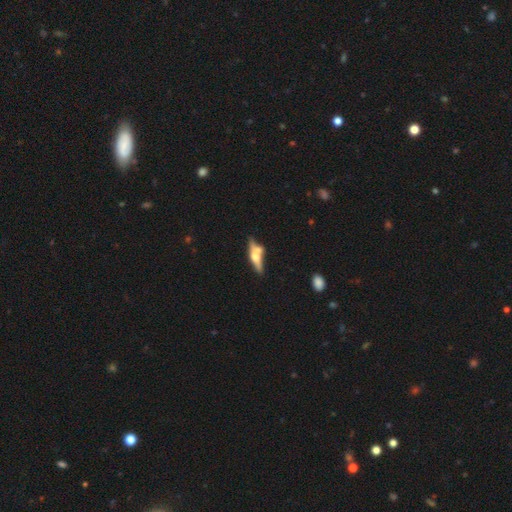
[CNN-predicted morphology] type=featured or disk (61%); edge-on=yes (90%); edge-on bulge=rounded (92%); merging=none (54%).